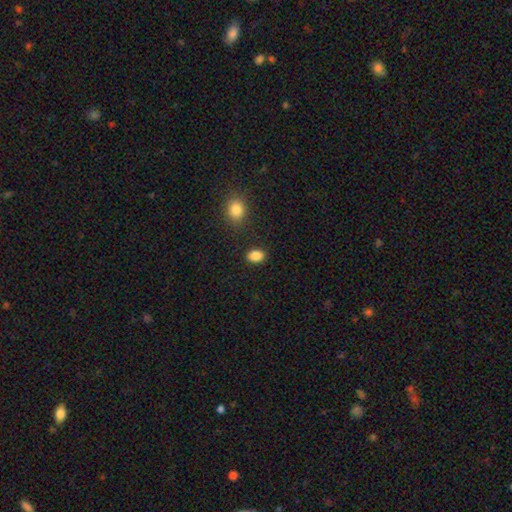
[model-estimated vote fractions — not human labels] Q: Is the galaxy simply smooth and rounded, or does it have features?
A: smooth — 87%.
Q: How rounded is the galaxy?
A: in between — 80%.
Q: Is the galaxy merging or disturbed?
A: none — 86%.